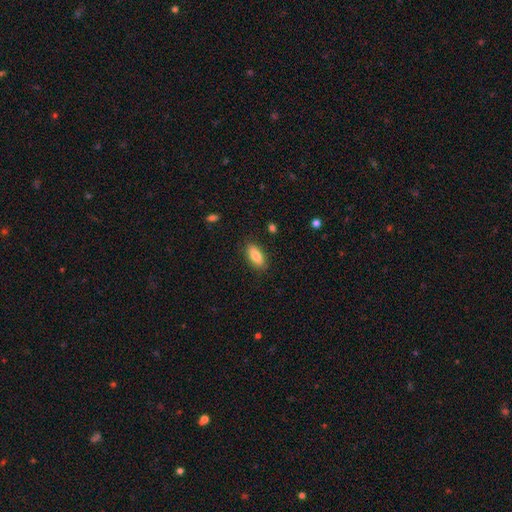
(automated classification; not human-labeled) Smooth or featured: smooth — 85% (featured or disk — 8%)
How rounded: in between — 77% (cigar-shaped — 21%)
Merging: none — 85% (minor disturbance — 11%)